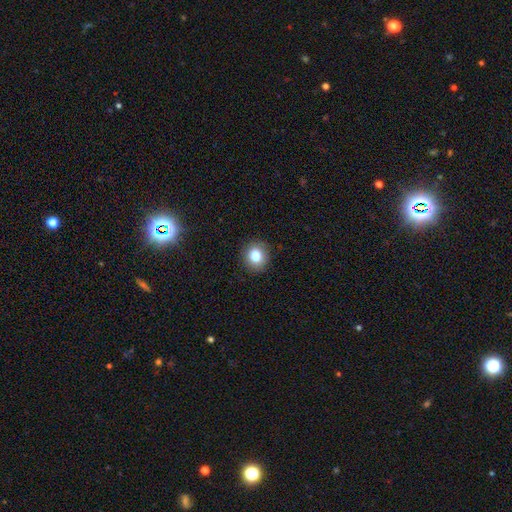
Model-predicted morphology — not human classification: Smooth or featured: smooth — 82% (star or artifact — 10%)
How rounded: round — 78% (in between — 21%)
Merging: none — 88% (minor disturbance — 8%)